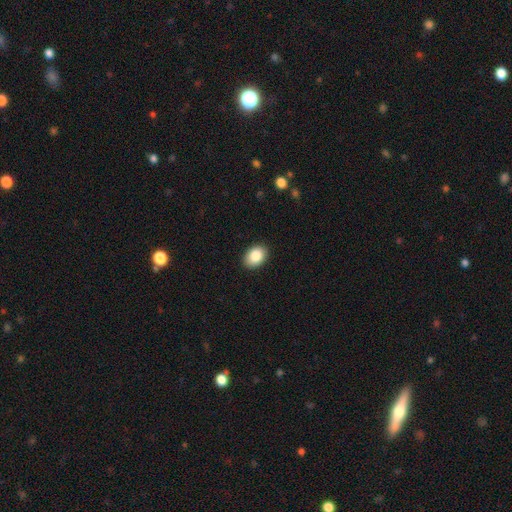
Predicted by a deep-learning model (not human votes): smooth-or-featured: smooth: 86% | star or artifact: 7% | featured or disk: 6%
  how-rounded: in between: 76% | round: 24% | cigar-shaped: 1%
  merging: none: 90% | minor disturbance: 8% | major disturbance: 2% | merger: 1%